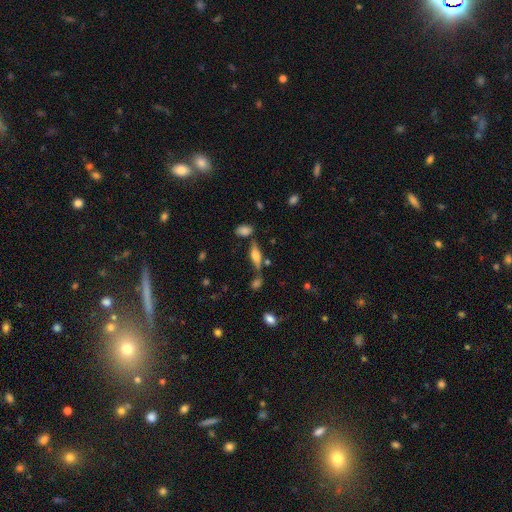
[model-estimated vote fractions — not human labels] A featured or disk galaxy (48%). Merging: none (66%).